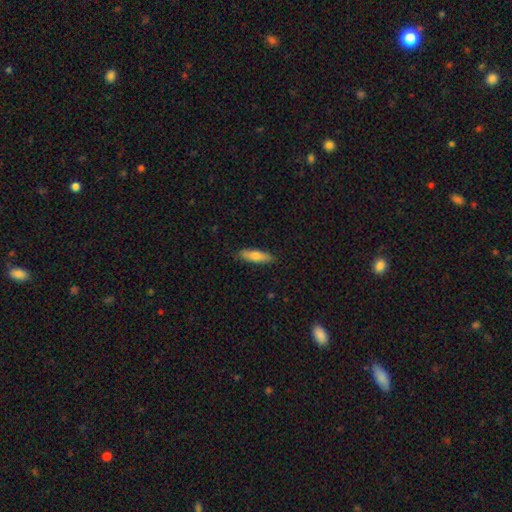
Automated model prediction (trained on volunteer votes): smooth-or-featured: smooth: 70% | featured or disk: 25% | star or artifact: 6%
  how-rounded: cigar-shaped: 63% | in between: 35% | round: 2%
  merging: none: 87% | minor disturbance: 10% | major disturbance: 2% | merger: 1%